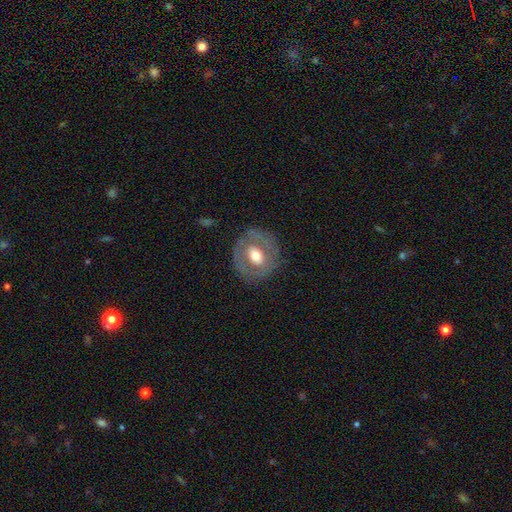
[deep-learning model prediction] Q: Smooth or featured?
A: featured or disk (51%); runner-up: smooth (43%)
Q: Edge-on disk?
A: no (95%); runner-up: yes (5%)
Q: Merging?
A: none (79%); runner-up: minor disturbance (13%)